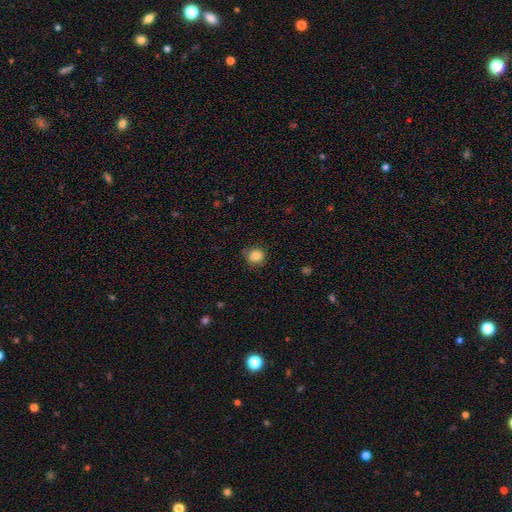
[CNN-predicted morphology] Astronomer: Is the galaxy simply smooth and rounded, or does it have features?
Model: smooth — 84%.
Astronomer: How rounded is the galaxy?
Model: round — 83%.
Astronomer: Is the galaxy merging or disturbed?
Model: none — 81%.